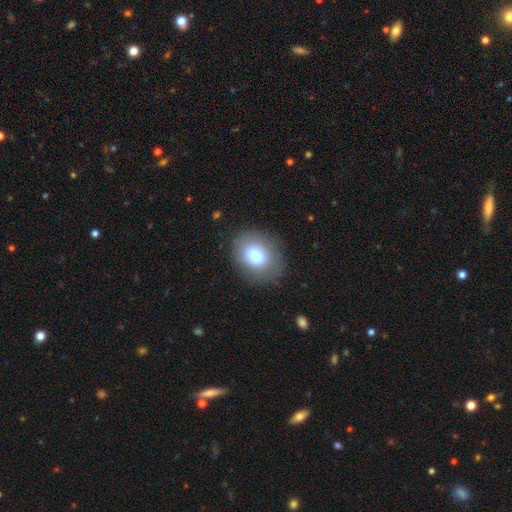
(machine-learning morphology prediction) Smooth or featured? Predicted: smooth (p=0.78). How rounded? Predicted: in between (p=0.65). Merging? Predicted: none (p=0.78).